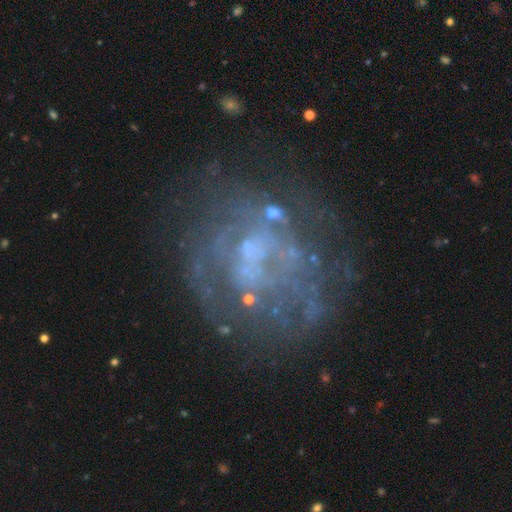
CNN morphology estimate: This appears to be a featured or disk galaxy (72%) with no bar (78%), no spiral arms (63%) and no central bulge (44%). Merging: none (58%).